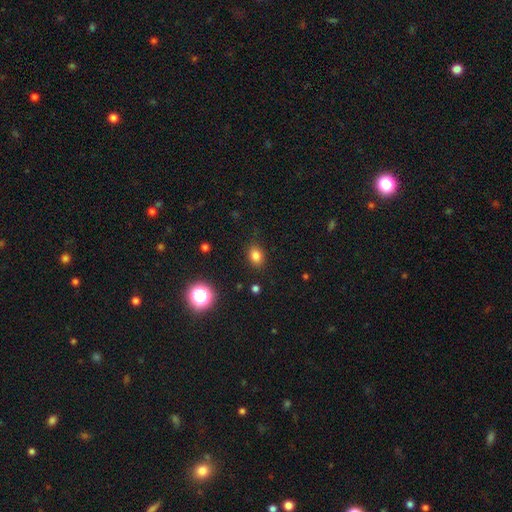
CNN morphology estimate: Smooth or featured? Predicted: smooth (p=0.81). How rounded? Predicted: in between (p=0.60). Merging? Predicted: none (p=0.85).